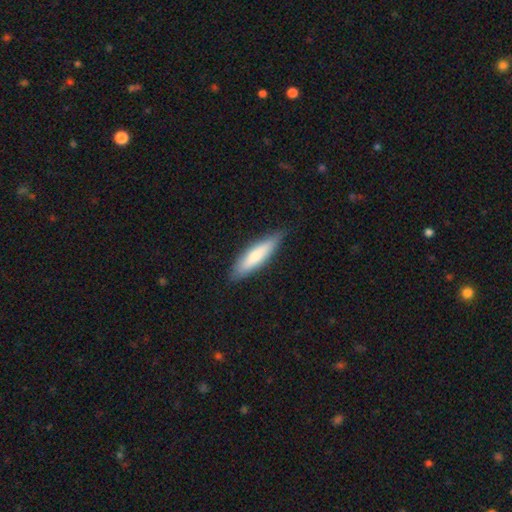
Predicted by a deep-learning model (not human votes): smooth-or-featured: smooth: 74% | featured or disk: 21% | star or artifact: 5%
  how-rounded: cigar-shaped: 73% | in between: 26% | round: 1%
  merging: none: 83% | minor disturbance: 14% | major disturbance: 2% | merger: 1%